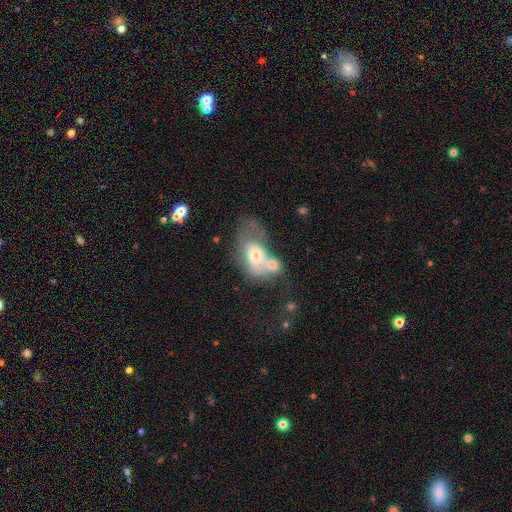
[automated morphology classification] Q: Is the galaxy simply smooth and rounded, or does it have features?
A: smooth — 54%.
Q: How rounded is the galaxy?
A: in between — 79%.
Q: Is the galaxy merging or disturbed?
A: merger — 58%.